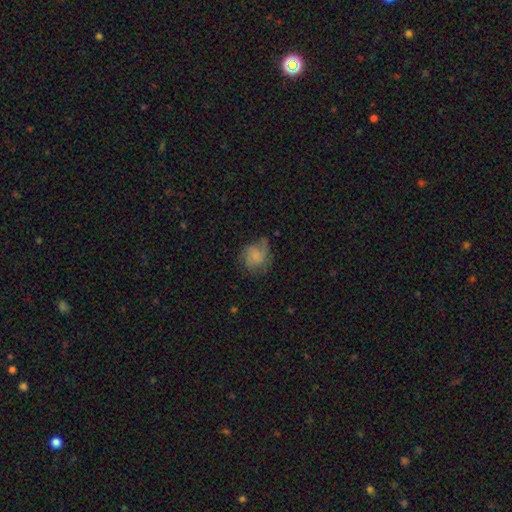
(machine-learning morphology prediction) This appears to be a smooth galaxy with no disk features (52%) that is round (66%). Merging: none (47%).